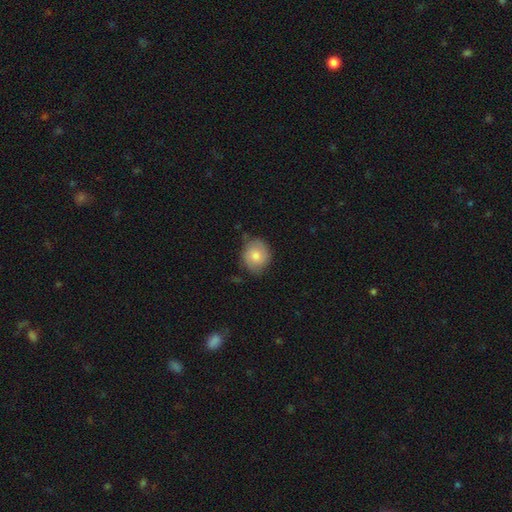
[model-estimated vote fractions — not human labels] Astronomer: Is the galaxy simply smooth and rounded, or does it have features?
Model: smooth — 71%.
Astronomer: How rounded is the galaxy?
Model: round — 73%.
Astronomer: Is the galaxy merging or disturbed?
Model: none — 69%.